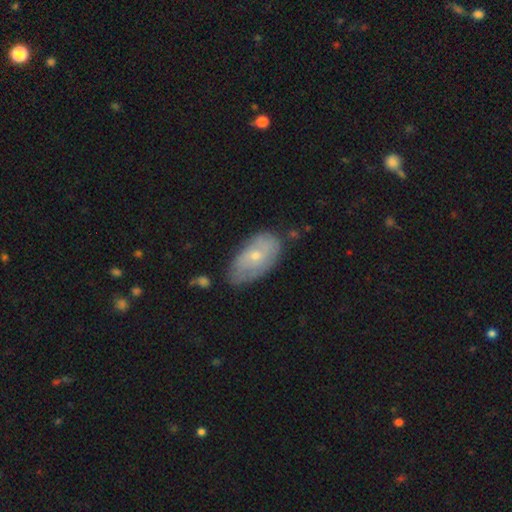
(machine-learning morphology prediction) This is possibly a smooth galaxy (50%). How rounded: clearly in between (93%). Merging: possibly none (57%).